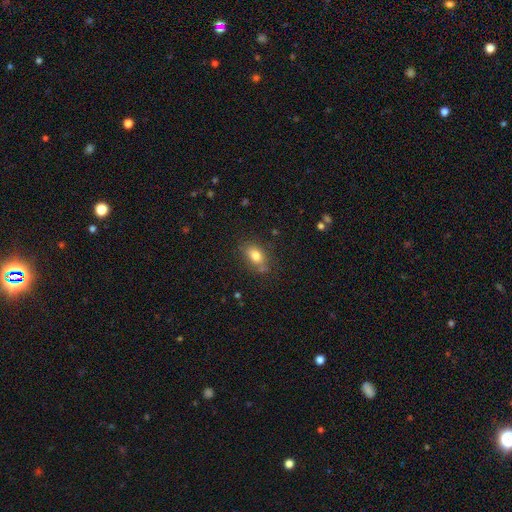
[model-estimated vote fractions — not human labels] The model was most divided on "merging": none: 70%, minor disturbance: 19%, major disturbance: 5%, merger: 5%. More confident: how rounded — in between (81%); smooth or featured — smooth (79%).